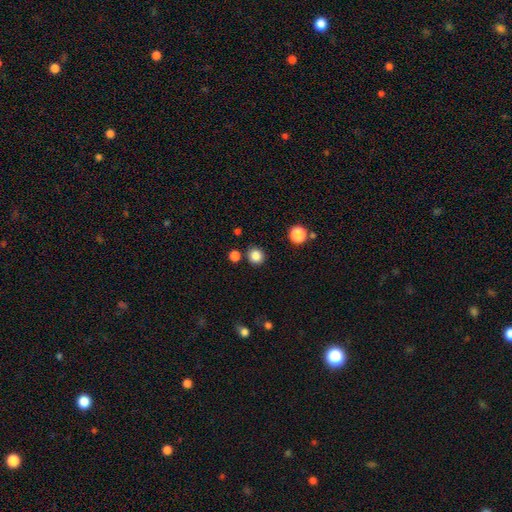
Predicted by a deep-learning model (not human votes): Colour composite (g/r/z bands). It shows a smooth galaxy with no disk features (85%) that is round (90%). Merging: none (87%).